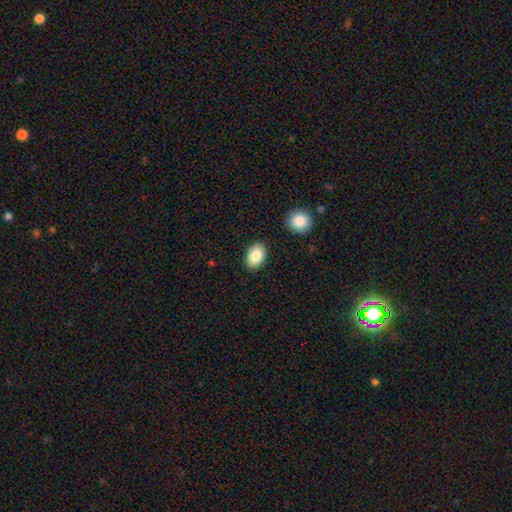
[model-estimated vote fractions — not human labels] This is clearly a smooth galaxy (86%). How rounded: clearly in between (84%). Merging: clearly none (87%).